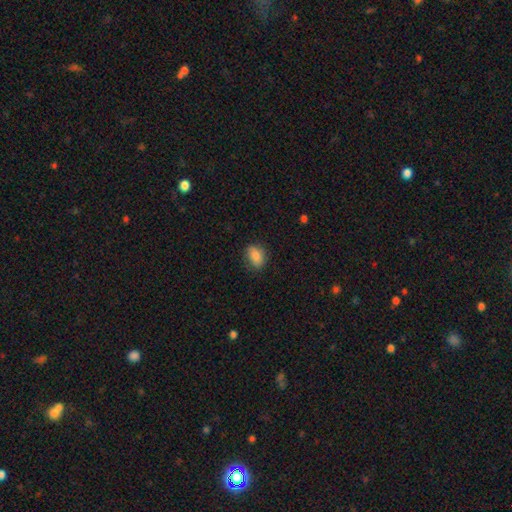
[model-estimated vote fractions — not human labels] Smooth or featured: smooth — 85% (star or artifact — 8%)
How rounded: in between — 82% (round — 15%)
Merging: none — 80% (minor disturbance — 15%)